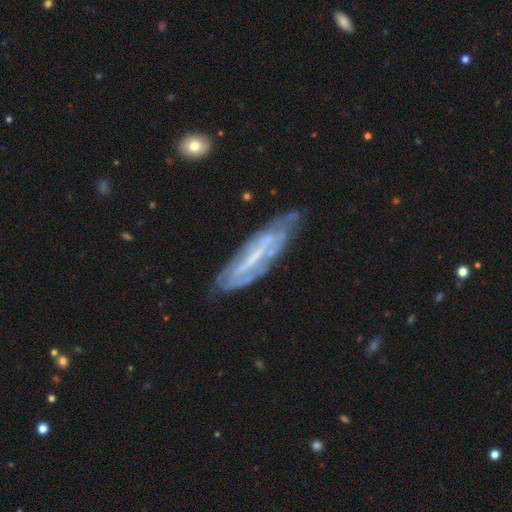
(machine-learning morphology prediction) Smooth or featured? Predicted: featured or disk (p=0.74). Edge-on disk? Predicted: no (p=0.66). Merging? Predicted: none (p=0.63).